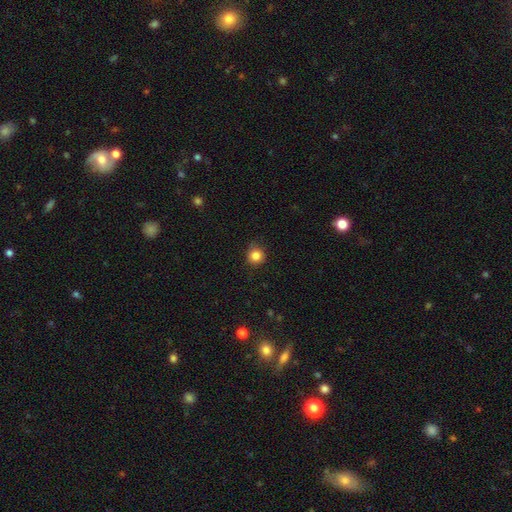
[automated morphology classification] Smooth or featured? Predicted: smooth (p=0.84). How rounded? Predicted: round (p=0.91). Merging? Predicted: none (p=0.83).